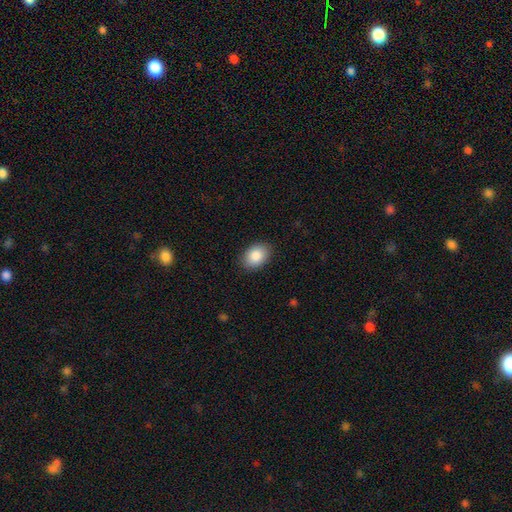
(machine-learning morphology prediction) type=smooth (88%); roundness=in between (81%); merging=none (88%).